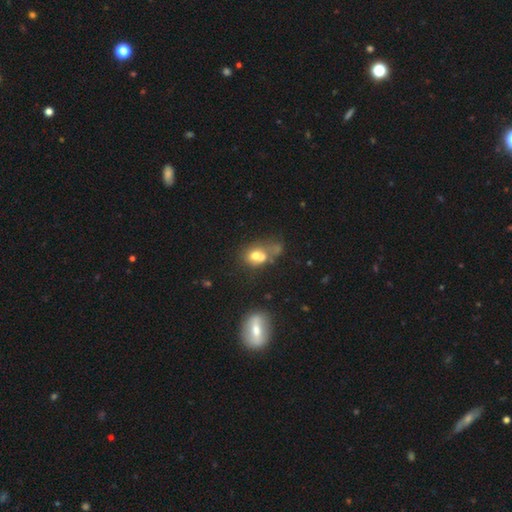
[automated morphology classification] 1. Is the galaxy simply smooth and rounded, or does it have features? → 63% smooth, 24% featured or disk, 13% star or artifact.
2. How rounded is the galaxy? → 53% round, 45% in between, 2% cigar-shaped.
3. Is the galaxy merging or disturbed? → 56% merger, 23% none, 11% minor disturbance, 9% major disturbance.